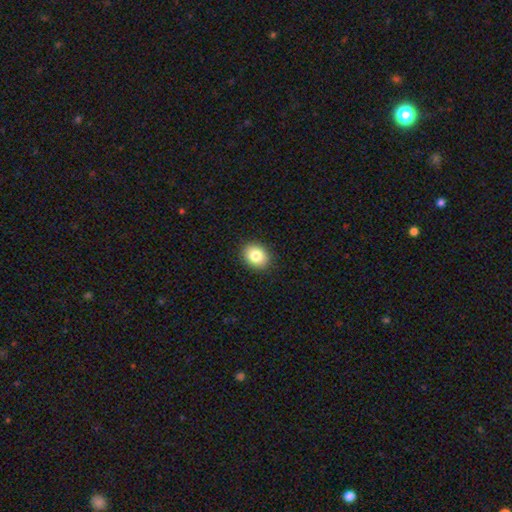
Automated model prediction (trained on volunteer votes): Smooth or featured: smooth — 81% (star or artifact — 9%)
How rounded: round — 56% (in between — 43%)
Merging: none — 91% (minor disturbance — 7%)